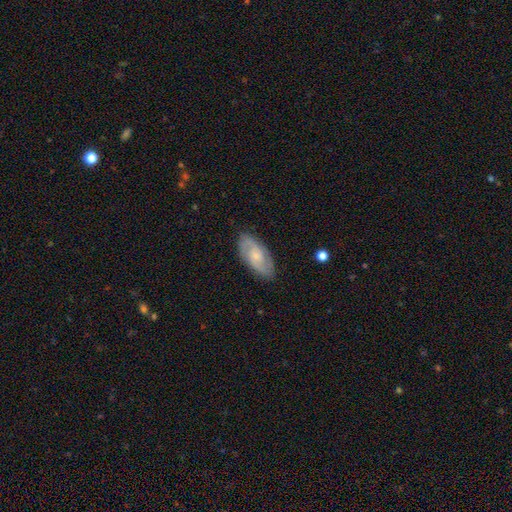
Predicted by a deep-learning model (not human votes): This is likely a featured or disk galaxy (71%). It is clearly not viewed edge-on (94%). Bar: possibly no (59%). Spiral arm pattern: clearly yes (93%). Spiral arm count: clearly 2 (81%). Spiral winding: possibly medium (47%). Central bulge: likely small (63%). Merging: clearly none (83%).